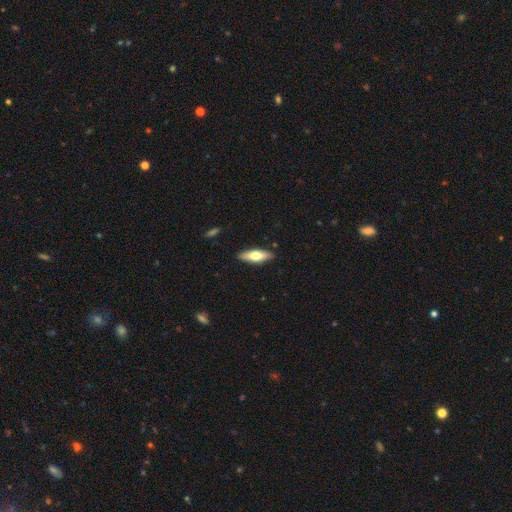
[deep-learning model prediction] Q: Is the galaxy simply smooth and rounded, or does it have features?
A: smooth — 55%.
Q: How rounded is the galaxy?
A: cigar-shaped — 50%.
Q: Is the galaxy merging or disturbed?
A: none — 89%.